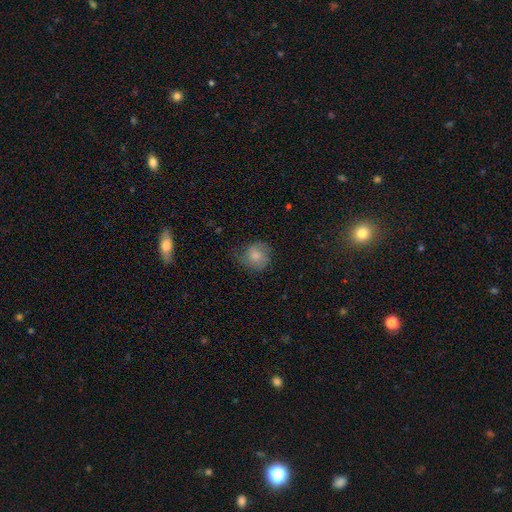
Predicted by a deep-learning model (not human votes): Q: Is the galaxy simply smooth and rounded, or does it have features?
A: smooth — 73%.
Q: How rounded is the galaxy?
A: round — 82%.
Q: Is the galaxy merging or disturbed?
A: none — 62%.